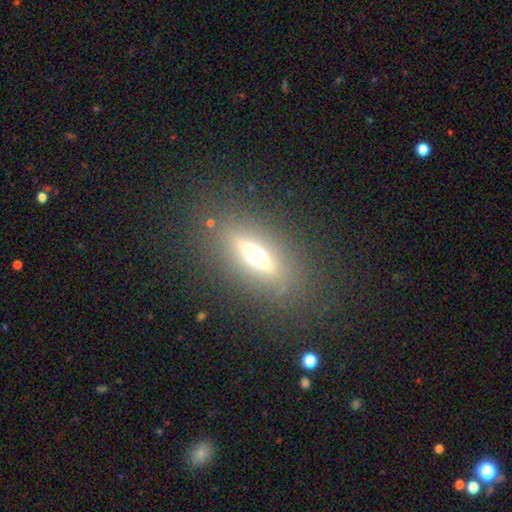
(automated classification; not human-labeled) Morphology: type=featured or disk (58%); edge-on=yes (85%); merging=none (83%).